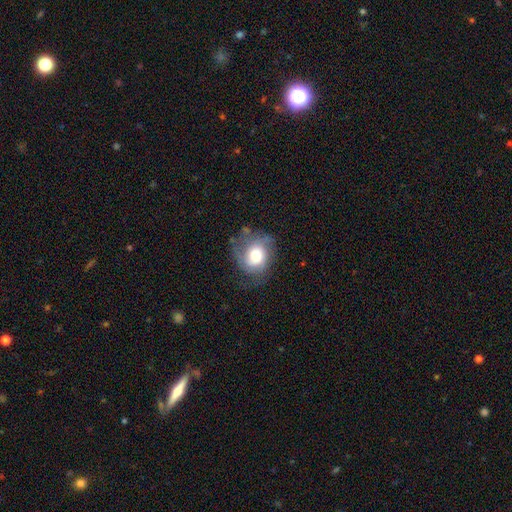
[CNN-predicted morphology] A featured or disk galaxy (52%) with no bar (76%), spiral arms (84%) and a moderate central bulge (45%). Merging: none (57%).